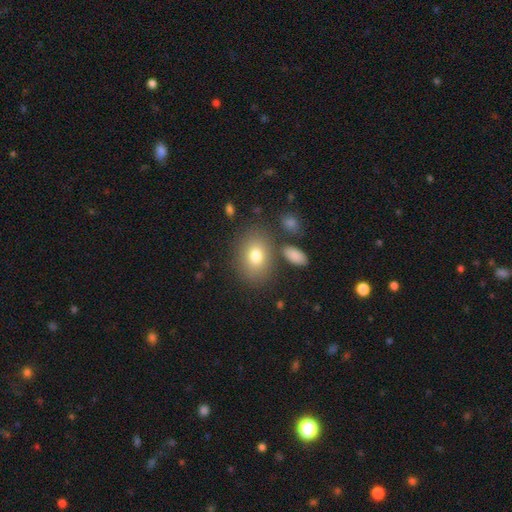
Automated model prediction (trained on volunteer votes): Q: Smooth or featured?
A: smooth (77%); runner-up: featured or disk (13%)
Q: How rounded?
A: in between (62%); runner-up: round (36%)
Q: Merging?
A: none (78%); runner-up: minor disturbance (11%)